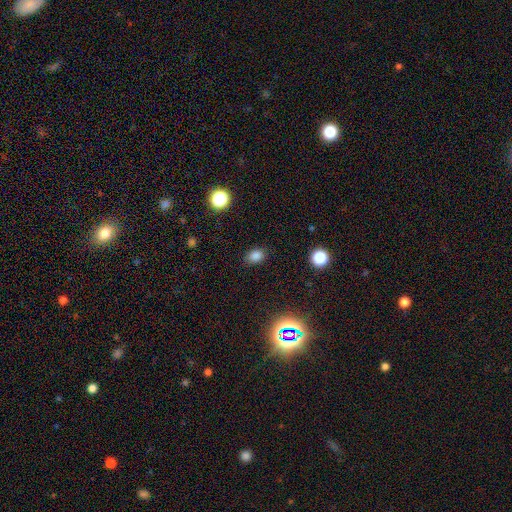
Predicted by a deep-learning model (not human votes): smooth_or_featured: smooth (p=0.80) [alt: star or artifact p=0.15]
how_rounded: in between (p=0.70) [alt: round p=0.29]
merging: none (p=0.86) [alt: minor disturbance p=0.10]